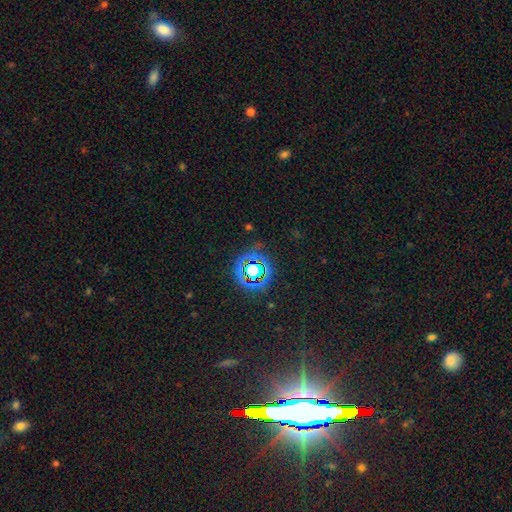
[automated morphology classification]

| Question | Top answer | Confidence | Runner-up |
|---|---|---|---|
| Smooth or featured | star or artifact | 74% | smooth (13%) |